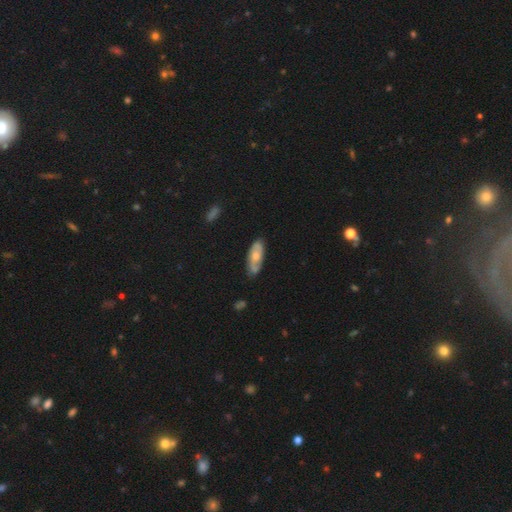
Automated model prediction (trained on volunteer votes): smooth_or_featured: featured or disk (p=0.52) [alt: smooth p=0.43]
disk_edge_on: no (p=0.84) [alt: yes p=0.16]
merging: none (p=0.73) [alt: minor disturbance p=0.21]